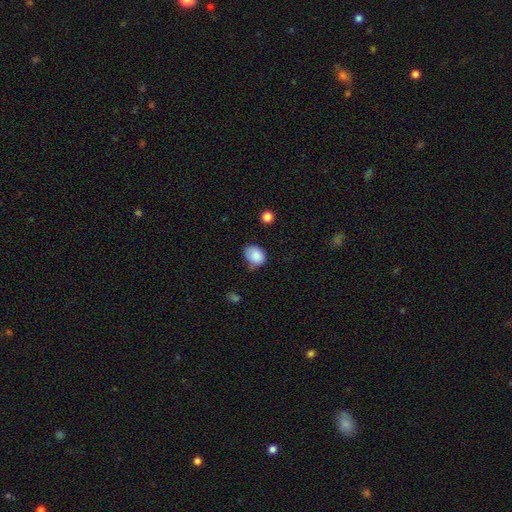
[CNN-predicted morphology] smooth-or-featured: smooth: 86% | star or artifact: 8% | featured or disk: 6%
  how-rounded: in between: 61% | round: 38% | cigar-shaped: 1%
  merging: none: 60% | minor disturbance: 30% | major disturbance: 6% | merger: 4%